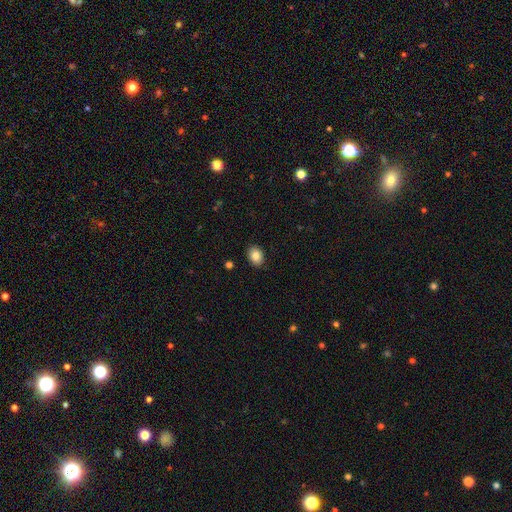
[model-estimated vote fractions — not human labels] A smooth galaxy with no disk features (85%) that is in between round and cigar-shaped (65%). Merging: none (89%).